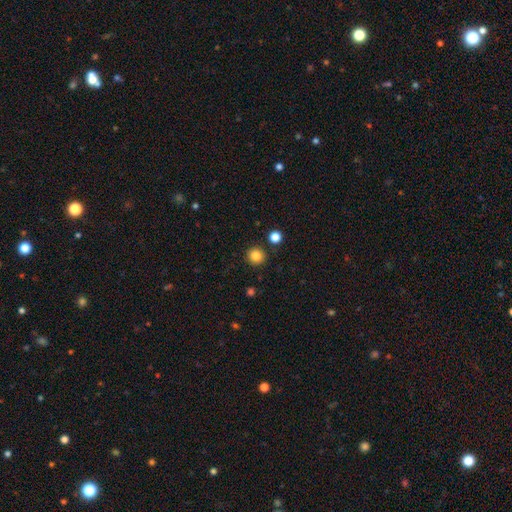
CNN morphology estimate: A smooth galaxy with no disk features (85%) that is round (94%).

Vote fractions:
- Smooth or featured? smooth: 85% / star or artifact: 12% / featured or disk: 4%
- How rounded? round: 94% / in between: 5% / cigar-shaped: 1%
- Merging? none: 90% / minor disturbance: 5% / merger: 3% / major disturbance: 2%